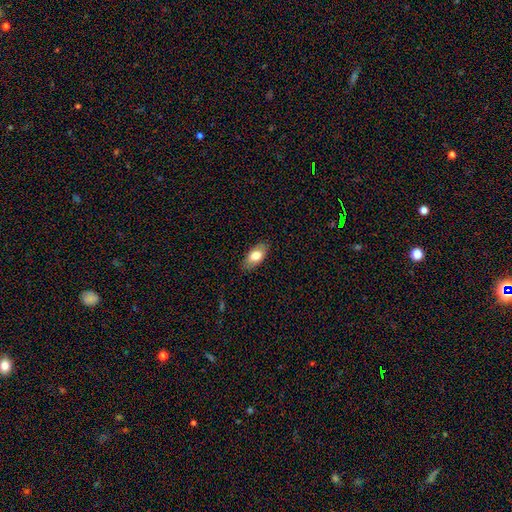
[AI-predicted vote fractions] Smooth or featured? smooth (77%)
How rounded? in between (91%)
Merging? none (86%)